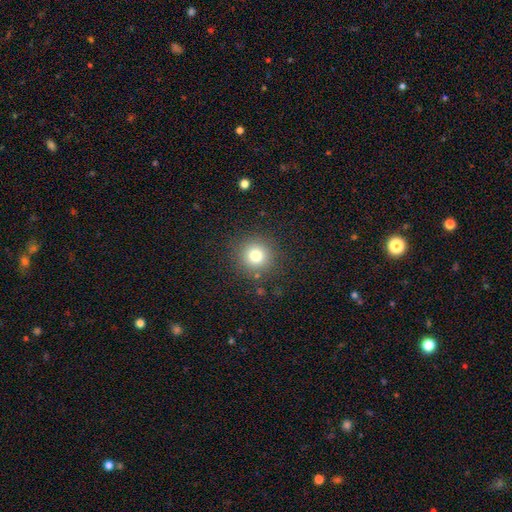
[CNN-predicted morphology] This is likely a smooth galaxy (78%). How rounded: clearly round (94%). Merging: clearly none (87%).